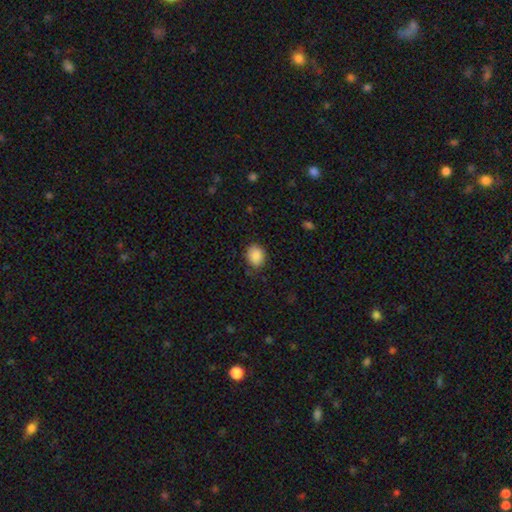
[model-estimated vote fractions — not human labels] A smooth galaxy with no disk features (88%) that is round (57%). Merging: none (78%).